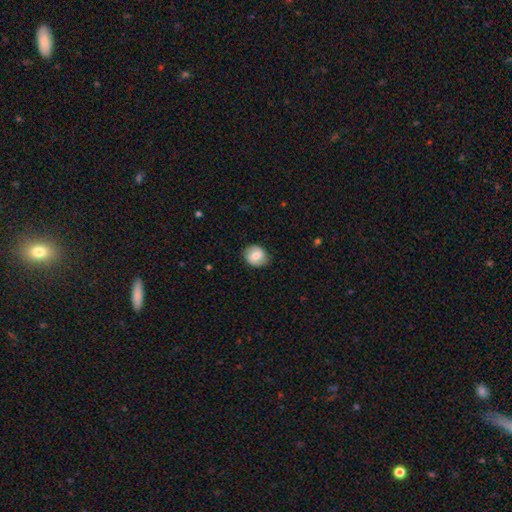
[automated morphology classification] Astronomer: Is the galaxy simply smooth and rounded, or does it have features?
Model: smooth — 67%.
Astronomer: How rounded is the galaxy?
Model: round — 68%.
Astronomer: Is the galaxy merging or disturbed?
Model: none — 82%.